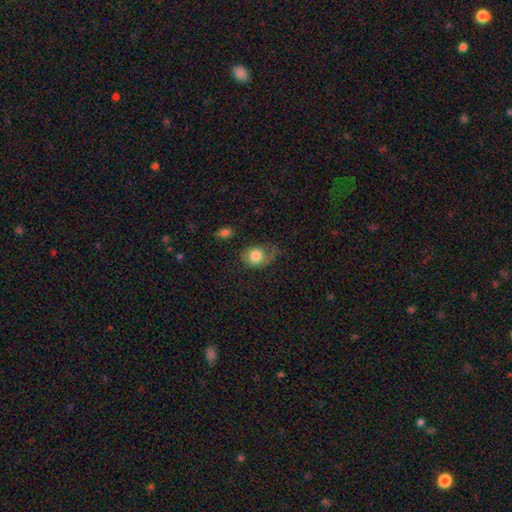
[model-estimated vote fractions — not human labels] smooth 77%, featured or disk 14%, star or artifact 8%. Down the decision tree: how rounded — in between (54%); merging — none (37%).